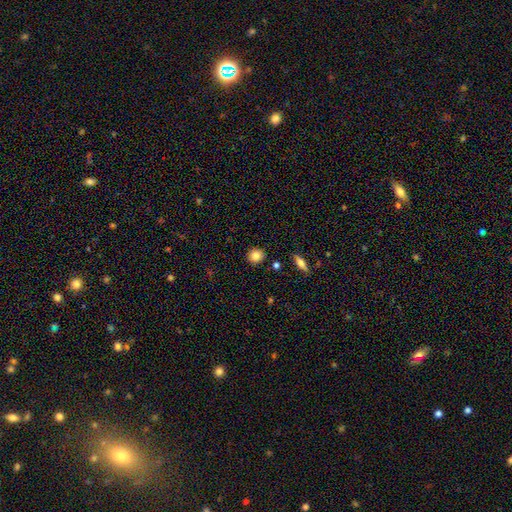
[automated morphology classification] This appears to be a smooth galaxy with no disk features (84%) that is round (84%). Merging: none (88%).